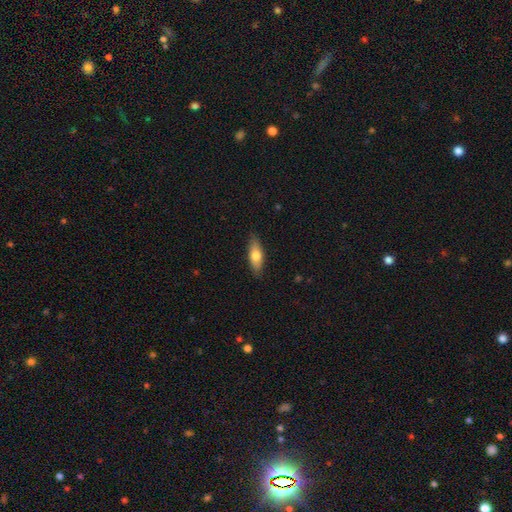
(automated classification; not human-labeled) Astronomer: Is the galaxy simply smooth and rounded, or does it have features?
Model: smooth — 68%.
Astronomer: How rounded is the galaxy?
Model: in between — 64%.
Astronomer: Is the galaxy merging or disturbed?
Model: none — 85%.